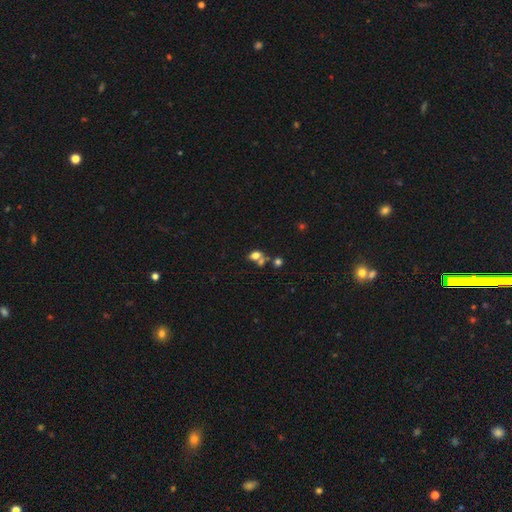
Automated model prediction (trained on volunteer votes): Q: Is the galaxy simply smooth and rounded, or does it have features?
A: smooth — 68%.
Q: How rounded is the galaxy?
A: in between — 70%.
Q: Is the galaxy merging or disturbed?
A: none — 42%.